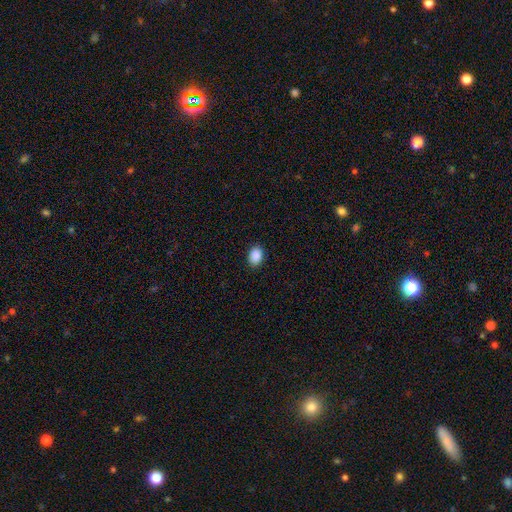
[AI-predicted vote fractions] A smooth galaxy with no disk features (90%) that is in between round and cigar-shaped (74%). Merging: none (90%).